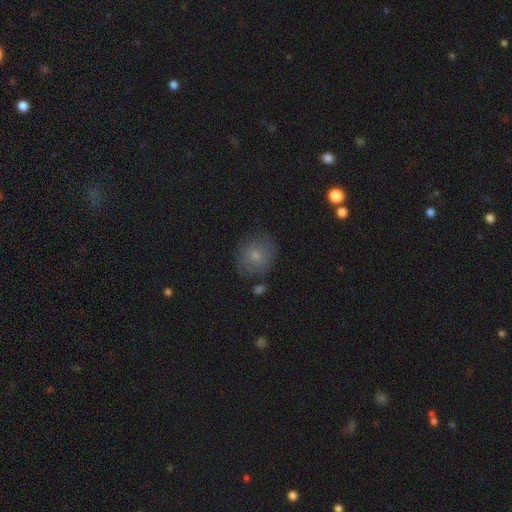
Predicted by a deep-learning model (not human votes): smooth 65%, featured or disk 26%, star or artifact 9%. Down the decision tree: how rounded — round (80%); merging — none (69%).